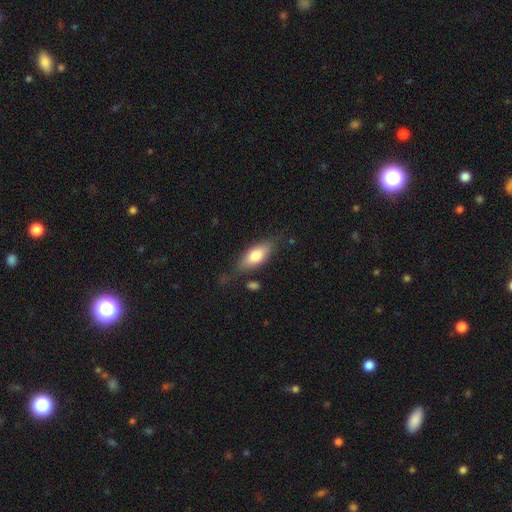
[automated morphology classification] smooth 72%, featured or disk 22%, star or artifact 6%. Down the decision tree: how rounded — in between (78%); merging — none (68%).